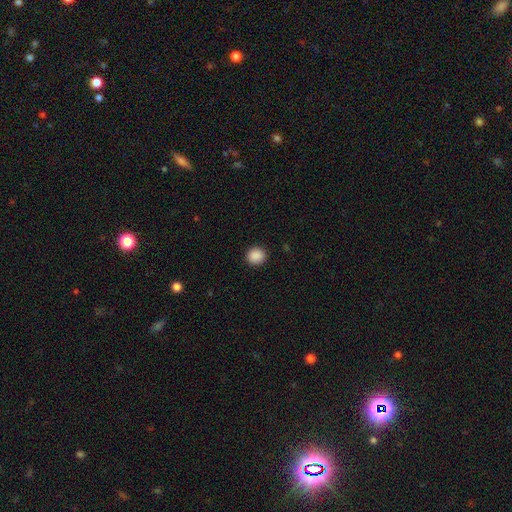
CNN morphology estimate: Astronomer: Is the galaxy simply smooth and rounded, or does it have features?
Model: smooth — 89%.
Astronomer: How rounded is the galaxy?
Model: round — 85%.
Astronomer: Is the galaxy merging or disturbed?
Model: none — 91%.